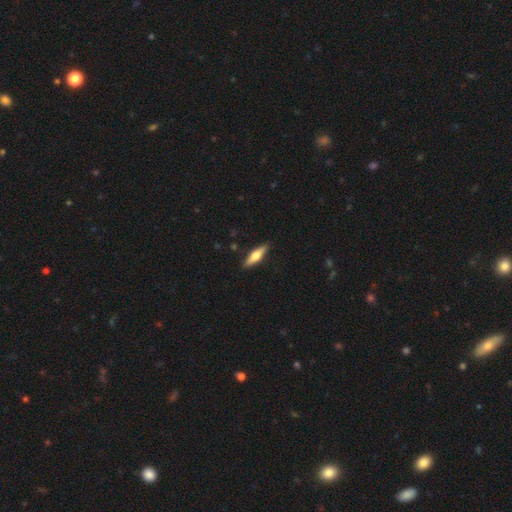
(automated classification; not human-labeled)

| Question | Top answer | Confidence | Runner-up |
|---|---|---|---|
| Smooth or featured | smooth | 51% | featured or disk (44%) |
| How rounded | cigar-shaped | 67% | in between (31%) |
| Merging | none | 89% | minor disturbance (8%) |